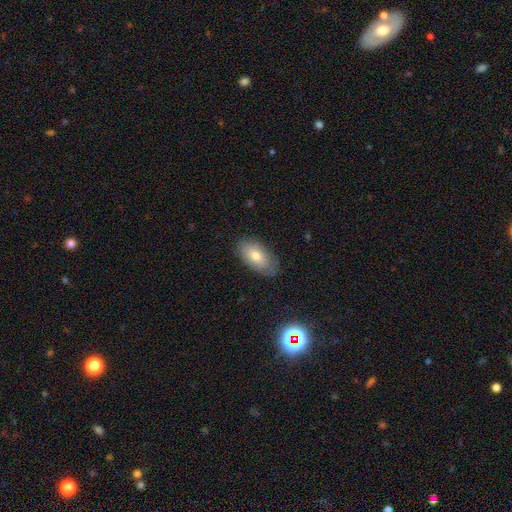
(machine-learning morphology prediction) smooth-or-featured: smooth: 73% | featured or disk: 19% | star or artifact: 8%
  how-rounded: in between: 93% | round: 4% | cigar-shaped: 3%
  merging: none: 79% | minor disturbance: 16% | major disturbance: 3% | merger: 1%